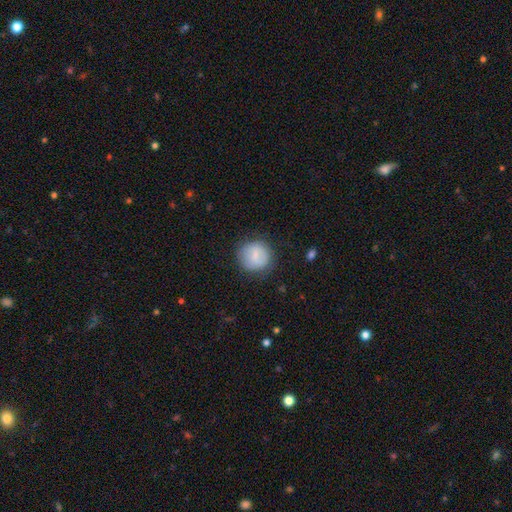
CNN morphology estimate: type=smooth (76%); roundness=round (90%); merging=none (80%).